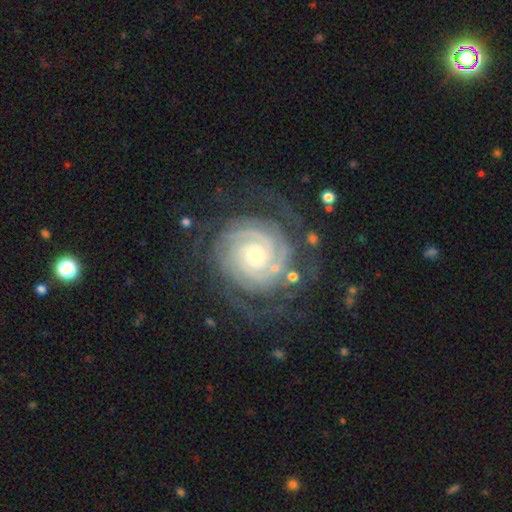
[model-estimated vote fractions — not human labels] Morphology: type=featured or disk (91%); edge-on=no (98%); bar=no (79%); spiral arms=yes (98%); winding=tight (85%); arm count=2 (32%); bulge=small (65%); merging=none (73%).